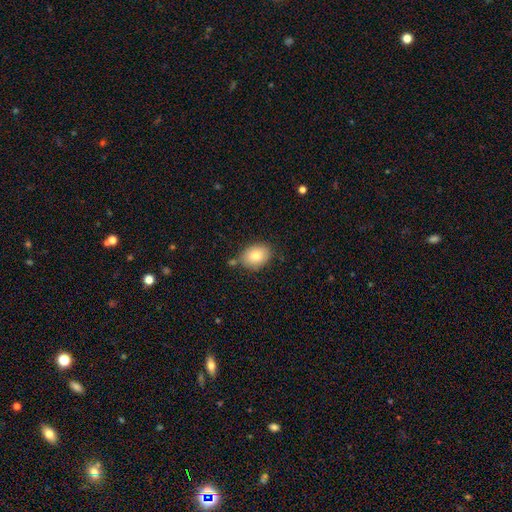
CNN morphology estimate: Smooth or featured: smooth — 81% (featured or disk — 11%)
How rounded: in between — 71% (round — 28%)
Merging: none — 74% (minor disturbance — 16%)